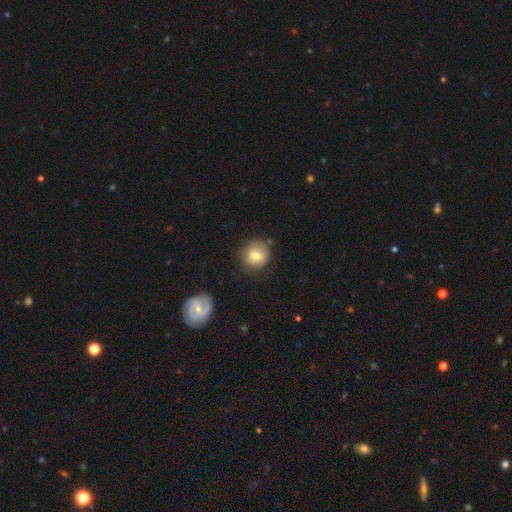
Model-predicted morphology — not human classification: This appears to be a smooth galaxy with no disk features (76%) that is round (89%). Merging: none (80%).